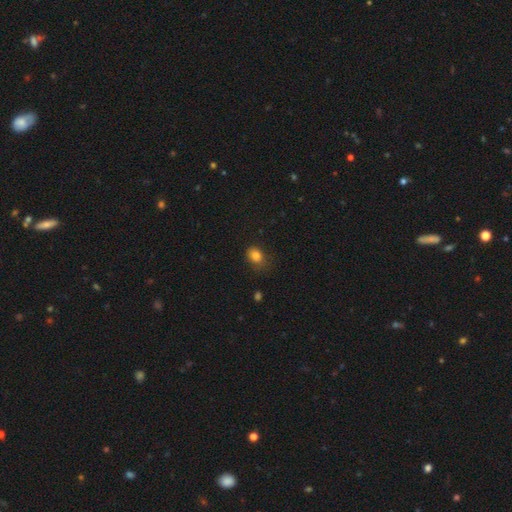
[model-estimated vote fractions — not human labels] This is clearly a smooth galaxy (83%). How rounded: possibly in between (57%). Merging: likely none (66%).